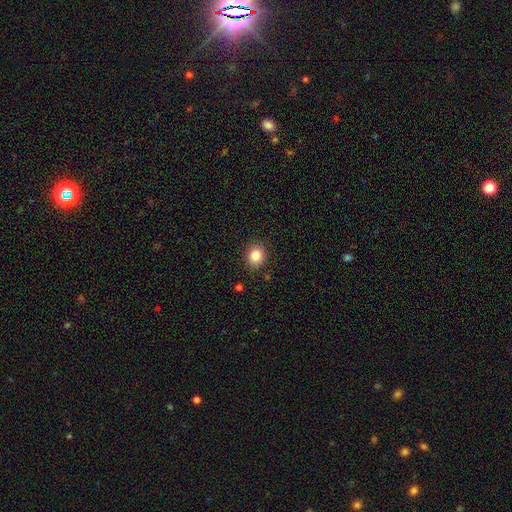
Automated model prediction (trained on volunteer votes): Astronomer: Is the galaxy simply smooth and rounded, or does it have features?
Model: smooth — 85%.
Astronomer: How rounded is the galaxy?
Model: round — 64%.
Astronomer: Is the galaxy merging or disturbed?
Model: none — 88%.